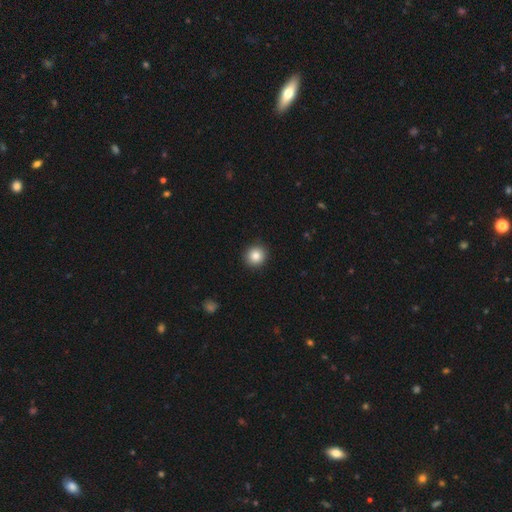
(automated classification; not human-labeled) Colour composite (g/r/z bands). It shows a smooth galaxy with no disk features (84%) that is round (91%). Merging: none (92%).